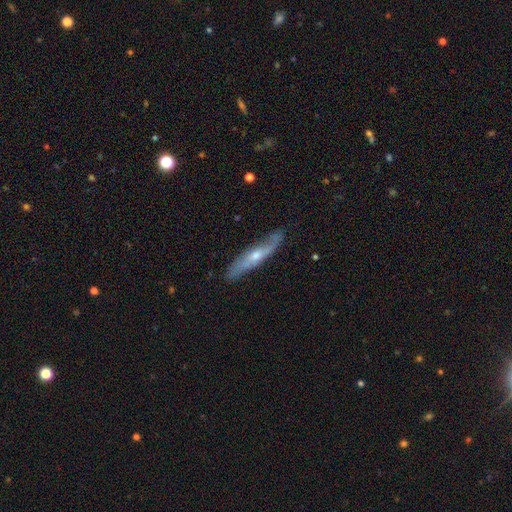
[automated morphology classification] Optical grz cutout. It shows a featured or disk galaxy (67%) viewed edge-on (71%). Merging: none (80%).